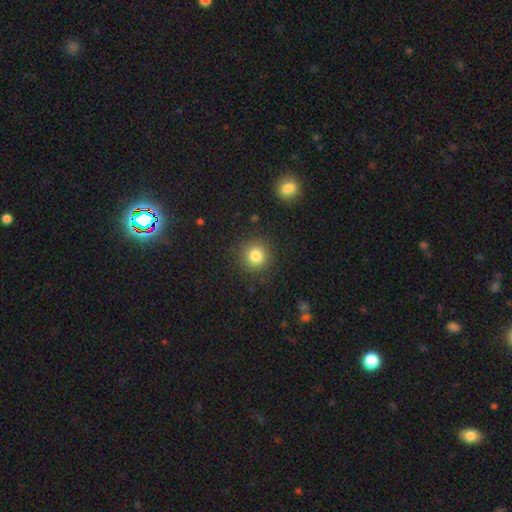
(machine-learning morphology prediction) smooth-or-featured: smooth: 83% | star or artifact: 12% | featured or disk: 6%
  how-rounded: round: 92% | in between: 7% | cigar-shaped: 1%
  merging: none: 89% | minor disturbance: 7% | major disturbance: 3% | merger: 1%